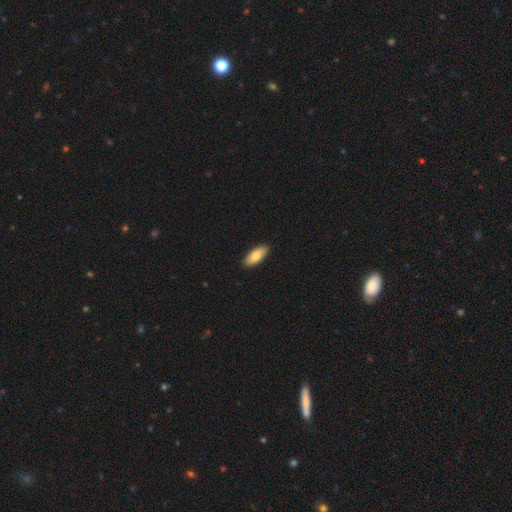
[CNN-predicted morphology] smooth 79%, featured or disk 15%, star or artifact 5%. Down the decision tree: how rounded — in between (82%); merging — none (90%).